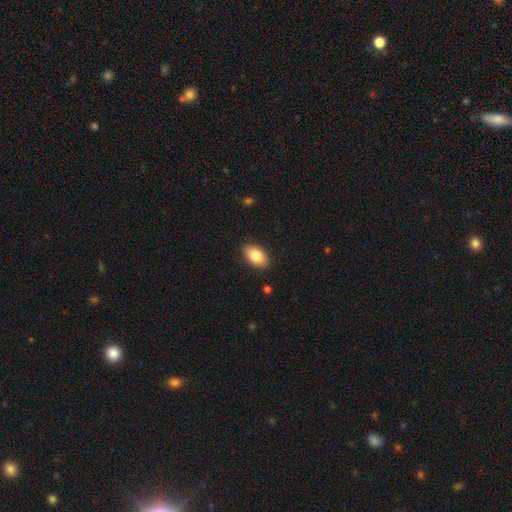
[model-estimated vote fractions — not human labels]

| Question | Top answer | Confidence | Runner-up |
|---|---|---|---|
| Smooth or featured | smooth | 87% | star or artifact (7%) |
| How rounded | in between | 93% | round (6%) |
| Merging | none | 89% | minor disturbance (8%) |